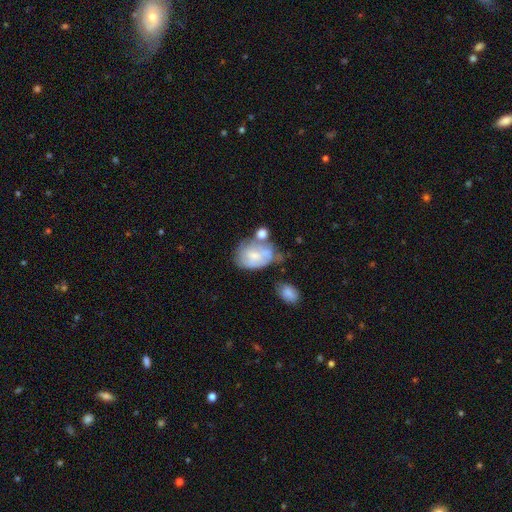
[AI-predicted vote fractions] A smooth galaxy with no disk features (47%). Merging: none (31%).